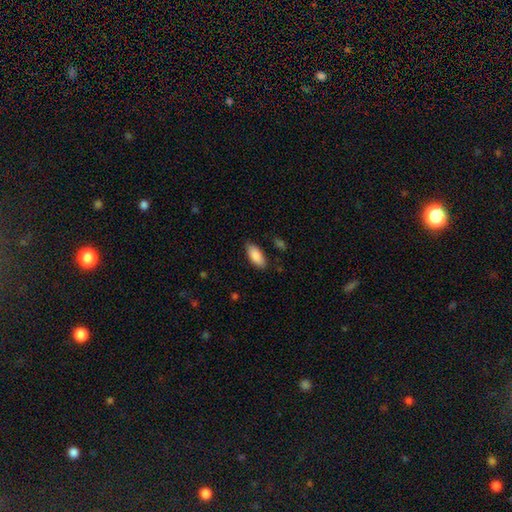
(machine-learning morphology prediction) Smooth or featured?
  - smooth: 89% *
  - star or artifact: 6%
  - featured or disk: 5%
How rounded?
  - in between: 89% *
  - cigar-shaped: 9%
  - round: 2%
Merging?
  - none: 85% *
  - minor disturbance: 12%
  - major disturbance: 2%
  - merger: 1%